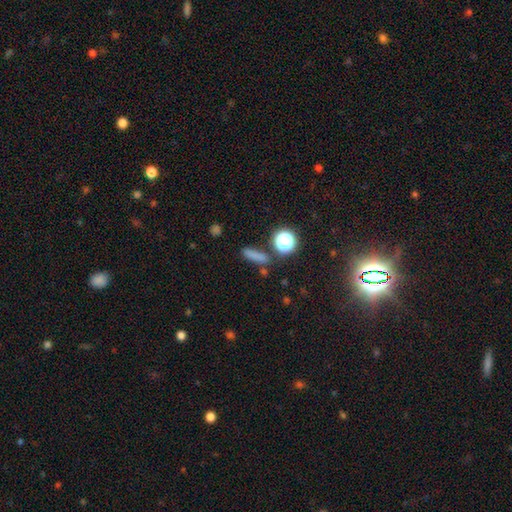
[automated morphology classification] Smooth or featured?
  - smooth: 74% *
  - star or artifact: 18%
  - featured or disk: 8%
How rounded?
  - cigar-shaped: 62% *
  - in between: 25%
  - round: 14%
Merging?
  - none: 78% *
  - minor disturbance: 11%
  - merger: 7%
  - major disturbance: 4%